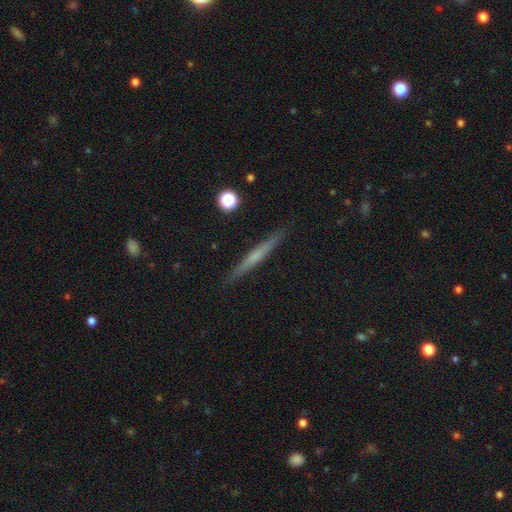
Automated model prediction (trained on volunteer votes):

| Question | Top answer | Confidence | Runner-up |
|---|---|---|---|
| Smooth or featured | featured or disk | 52% | smooth (41%) |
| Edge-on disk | yes | 97% | no (3%) |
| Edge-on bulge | none | 63% | rounded (29%) |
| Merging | none | 91% | minor disturbance (7%) |